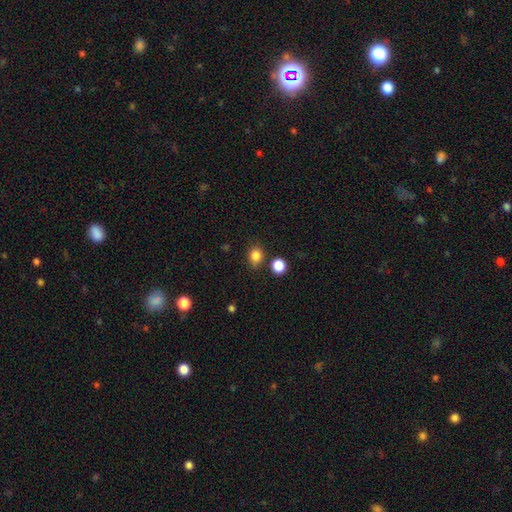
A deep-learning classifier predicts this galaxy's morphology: A smooth galaxy with no disk features (84%) that is round (65%). Merging: none (77%).